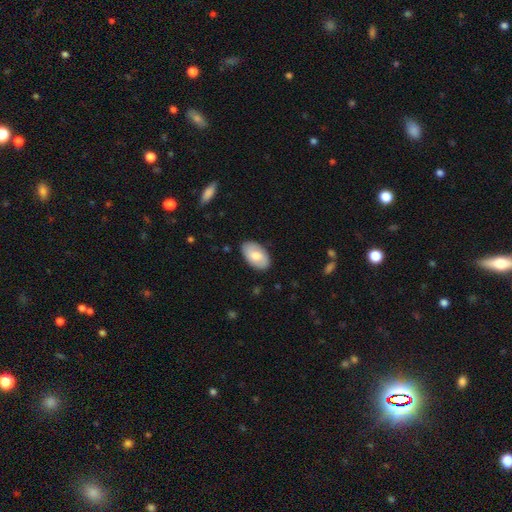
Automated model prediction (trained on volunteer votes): smooth_or_featured: smooth (p=0.72) [alt: featured or disk p=0.23]
how_rounded: in between (p=0.94) [alt: round p=0.04]
merging: none (p=0.86) [alt: minor disturbance p=0.11]